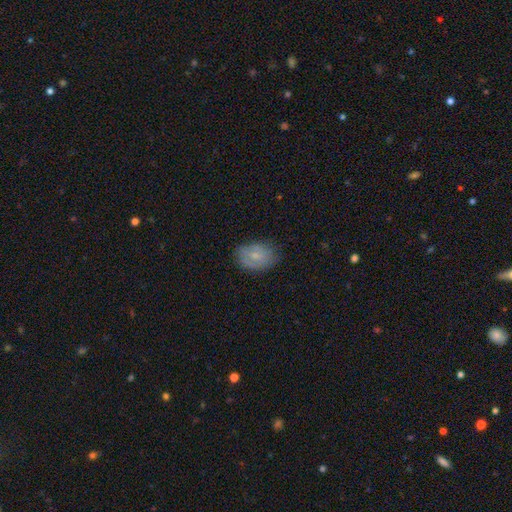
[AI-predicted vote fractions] This is likely a smooth galaxy (61%). How rounded: likely in between (78%). Merging: likely none (72%).